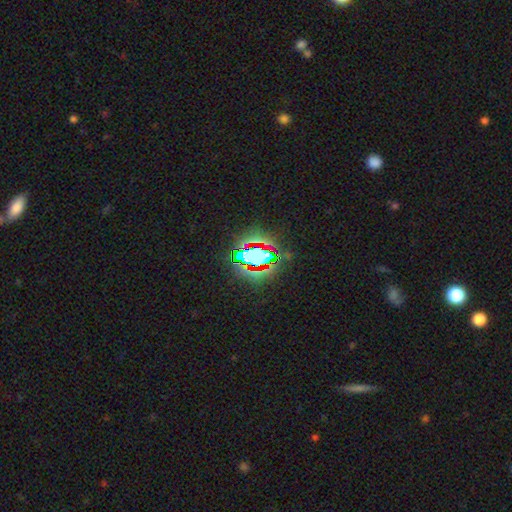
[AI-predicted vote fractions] Smooth or featured? star or artifact (63%)